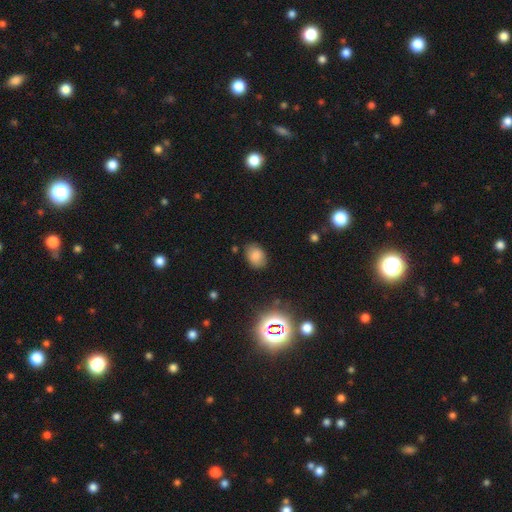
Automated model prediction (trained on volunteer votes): A smooth galaxy with no disk features (79%) that is in between round and cigar-shaped (73%). Merging: none (83%).